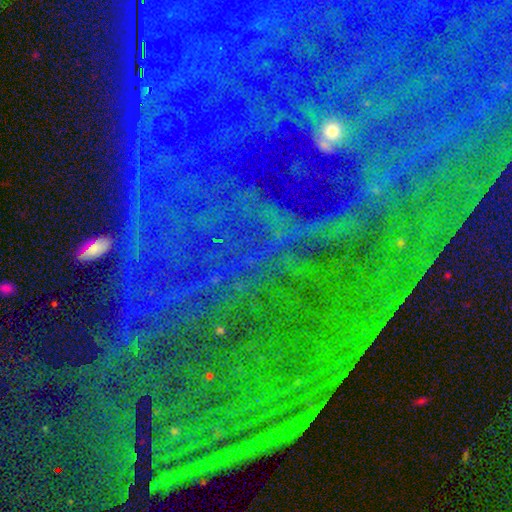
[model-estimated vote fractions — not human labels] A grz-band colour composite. It shows a star or artifact, not a galaxy (85%).